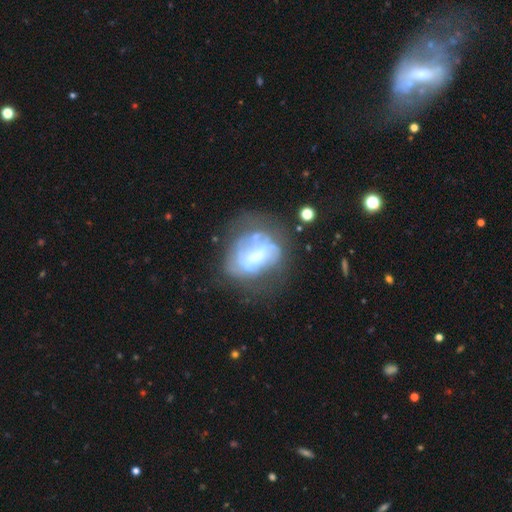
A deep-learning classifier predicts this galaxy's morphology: A featured or disk galaxy (62%) with no bar (41%), no spiral arms (60%) and a moderate central bulge (36%).

Vote fractions:
- Smooth or featured? featured or disk: 62% / smooth: 27% / star or artifact: 11%
- Edge-on disk? no: 96% / yes: 4%
- Bar? no: 41% / weak: 37% / strong: 22%
- Spiral arms? no: 60% / yes: 40%
- Bulge size? moderate: 36% / small: 31% / none: 19% / large: 12% / dominant: 2%
- Merging? none: 39% / major disturbance: 30% / minor disturbance: 24% / merger: 8%